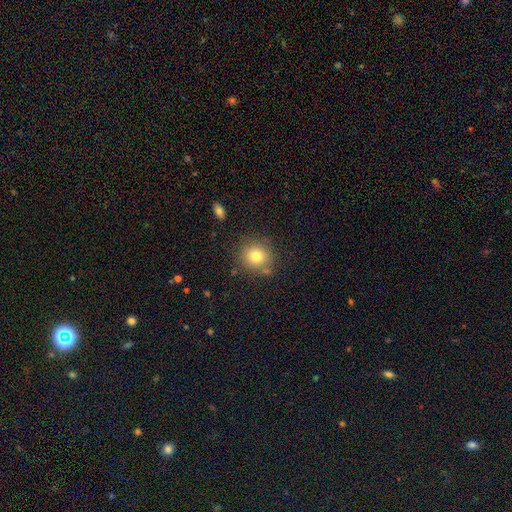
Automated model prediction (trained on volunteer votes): smooth-or-featured: smooth: 78% | star or artifact: 12% | featured or disk: 10%
  how-rounded: round: 88% | in between: 11% | cigar-shaped: 1%
  merging: none: 79% | minor disturbance: 12% | merger: 6% | major disturbance: 4%